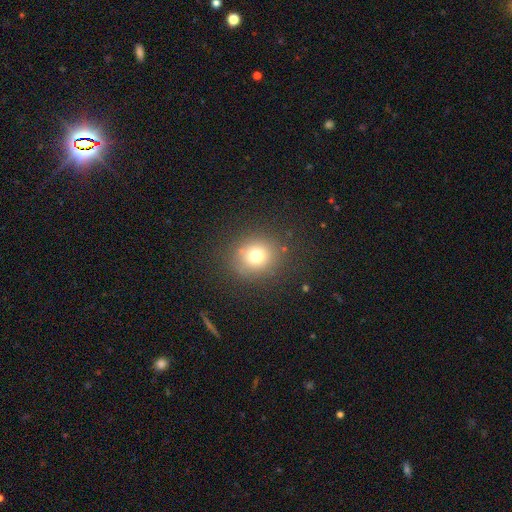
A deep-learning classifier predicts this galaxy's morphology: Smooth or featured? Predicted: smooth (p=0.73). How rounded? Predicted: round (p=0.88). Merging? Predicted: none (p=0.85).